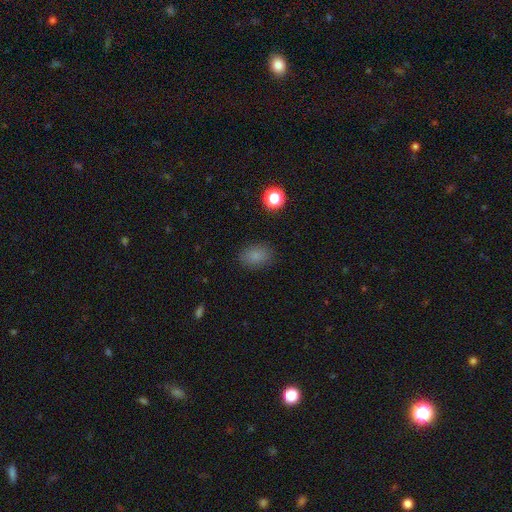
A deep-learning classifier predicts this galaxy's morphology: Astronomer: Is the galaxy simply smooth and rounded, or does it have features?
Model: smooth — 82%.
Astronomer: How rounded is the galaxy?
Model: in between — 74%.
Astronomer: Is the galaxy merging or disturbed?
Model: none — 85%.